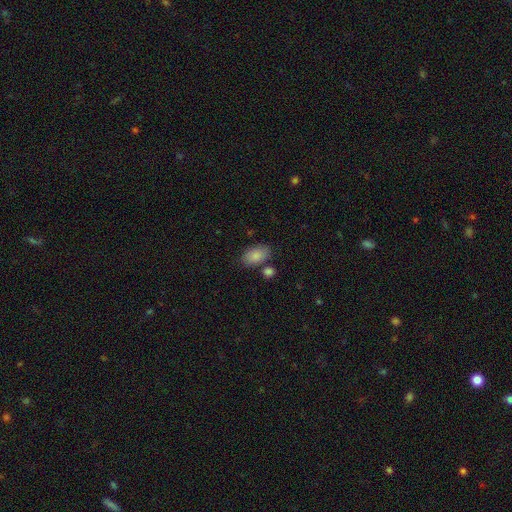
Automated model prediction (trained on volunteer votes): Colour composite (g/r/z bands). It shows a smooth galaxy with no disk features (87%) that is in between round and cigar-shaped (92%). Merging: none (74%).